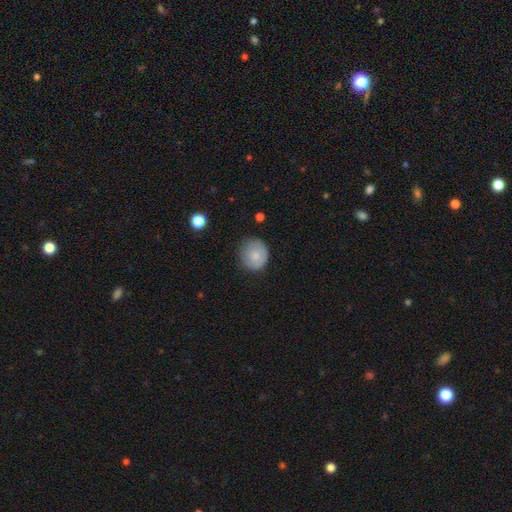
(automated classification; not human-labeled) A smooth galaxy with no disk features (82%) that is round (87%).

Vote fractions:
- Smooth or featured? smooth: 82% / featured or disk: 11% / star or artifact: 8%
- How rounded? round: 87% / in between: 12% / cigar-shaped: 1%
- Merging? none: 78% / minor disturbance: 17% / major disturbance: 4% / merger: 1%